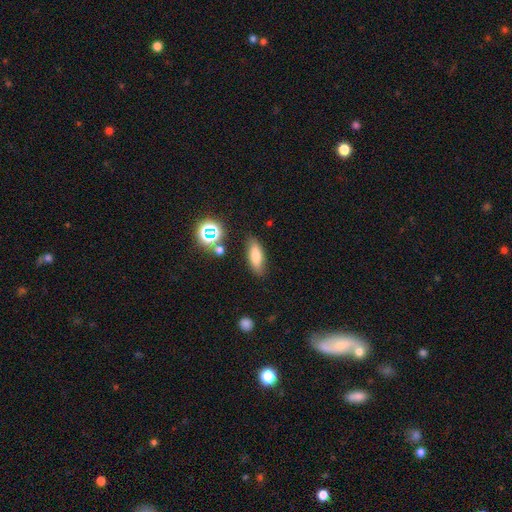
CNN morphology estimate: smooth 73%, featured or disk 15%, star or artifact 11%. Down the decision tree: how rounded — in between (62%); merging — none (80%).